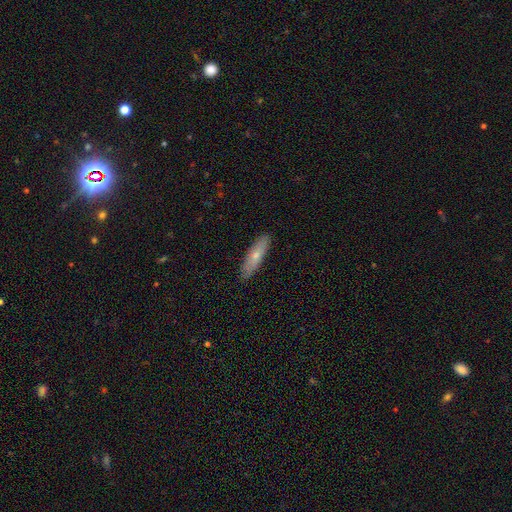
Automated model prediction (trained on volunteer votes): Morphology: type=smooth (61%); roundness=cigar-shaped (70%); merging=none (88%).